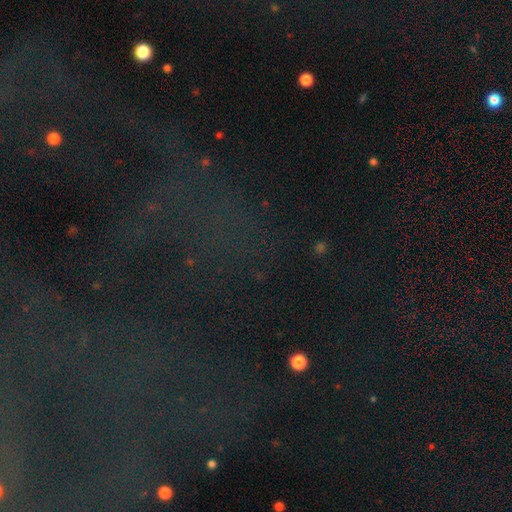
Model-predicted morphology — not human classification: A star or artifact, not a galaxy (75%).